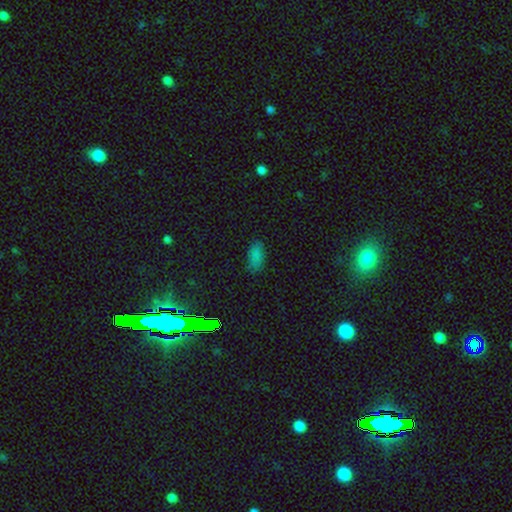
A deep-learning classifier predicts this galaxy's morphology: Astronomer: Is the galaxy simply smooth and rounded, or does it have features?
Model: smooth — 82%.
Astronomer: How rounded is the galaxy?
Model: in between — 91%.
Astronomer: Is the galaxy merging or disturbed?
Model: none — 81%.